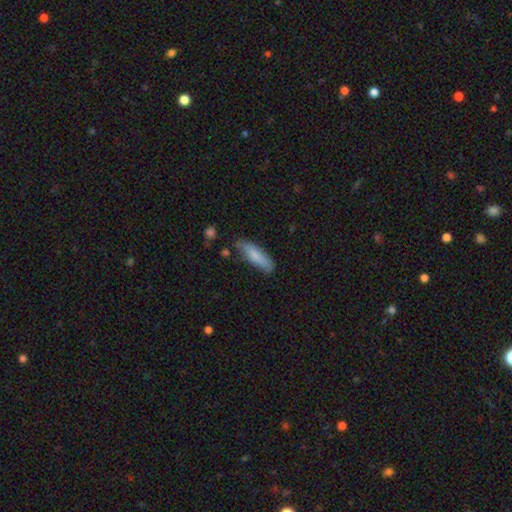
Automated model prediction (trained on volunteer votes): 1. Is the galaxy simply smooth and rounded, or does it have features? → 78% smooth, 16% featured or disk, 6% star or artifact.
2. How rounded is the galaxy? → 63% cigar-shaped, 35% in between, 2% round.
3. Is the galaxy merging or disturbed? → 70% none, 22% minor disturbance, 4% major disturbance, 3% merger.